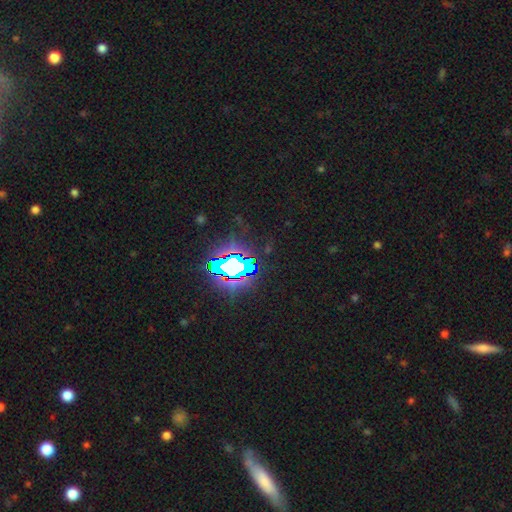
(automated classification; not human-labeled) The model was most divided on "smooth or featured": star or artifact: 82%, smooth: 11%, featured or disk: 7%.